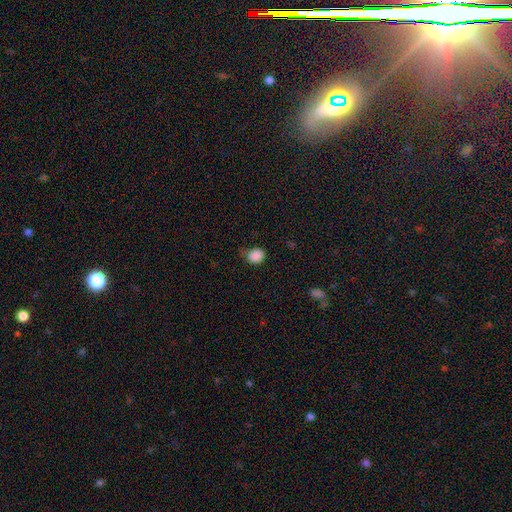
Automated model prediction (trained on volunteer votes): A smooth galaxy with no disk features (87%) that is round (60%).

Vote fractions:
- Smooth or featured? smooth: 87% / star or artifact: 10% / featured or disk: 3%
- How rounded? round: 60% / in between: 39% / cigar-shaped: 1%
- Merging? none: 63% / minor disturbance: 28% / major disturbance: 7% / merger: 2%